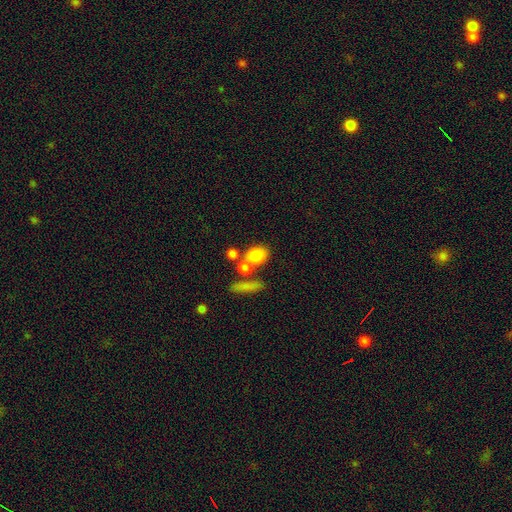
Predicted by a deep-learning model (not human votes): Smooth or featured?
  - smooth: 78% *
  - featured or disk: 12%
  - star or artifact: 9%
How rounded?
  - round: 48% *
  - in between: 47%
  - cigar-shaped: 5%
Merging?
  - none: 51% *
  - merger: 32%
  - minor disturbance: 11%
  - major disturbance: 6%